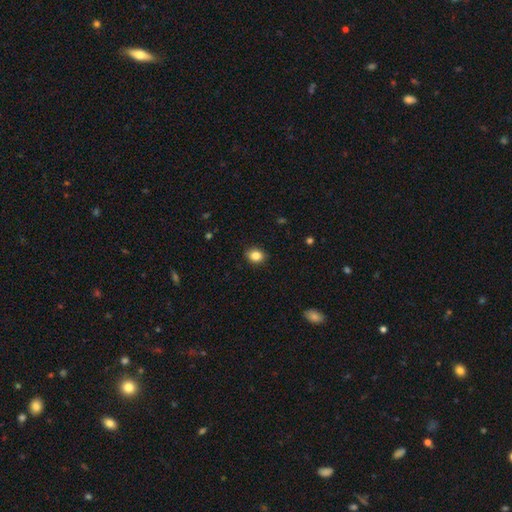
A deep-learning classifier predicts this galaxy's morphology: Smooth or featured?
  - smooth: 85% *
  - star or artifact: 10%
  - featured or disk: 5%
How rounded?
  - round: 55% *
  - in between: 44%
  - cigar-shaped: 1%
Merging?
  - none: 89% *
  - minor disturbance: 8%
  - major disturbance: 2%
  - merger: 1%